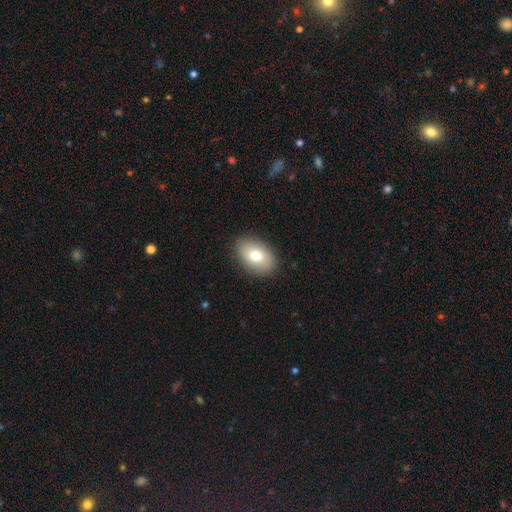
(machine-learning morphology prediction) smooth-or-featured: smooth: 77% | featured or disk: 15% | star or artifact: 7%
  how-rounded: in between: 87% | round: 12% | cigar-shaped: 1%
  merging: none: 87% | minor disturbance: 10% | major disturbance: 3% | merger: 1%